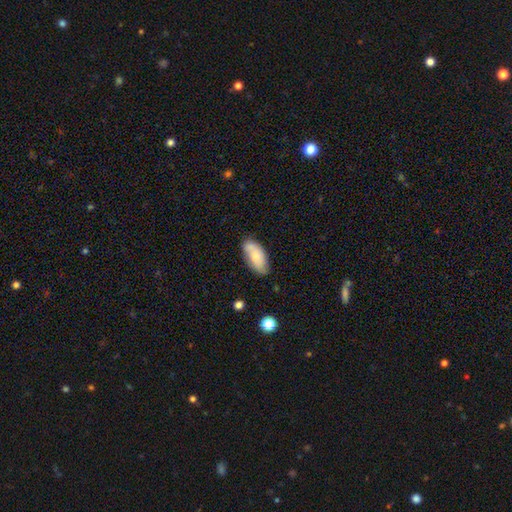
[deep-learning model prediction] Smooth or featured? smooth (69%)
How rounded? in between (91%)
Merging? none (67%)